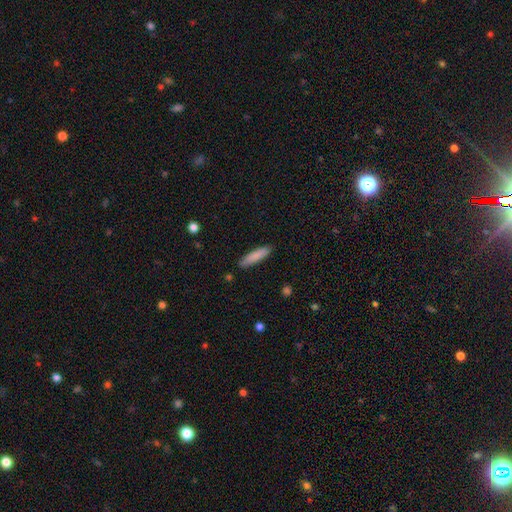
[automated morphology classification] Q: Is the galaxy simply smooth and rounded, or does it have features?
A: smooth — 85%.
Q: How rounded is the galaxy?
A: cigar-shaped — 79%.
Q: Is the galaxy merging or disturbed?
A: none — 87%.